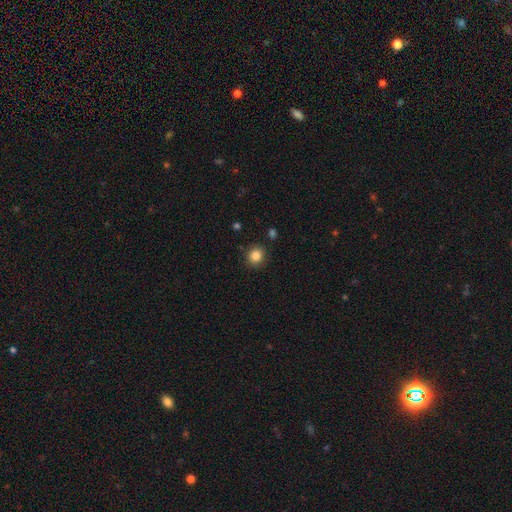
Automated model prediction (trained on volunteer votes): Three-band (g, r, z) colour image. It shows a smooth galaxy with no disk features (85%) that is round (87%). Merging: none (89%).